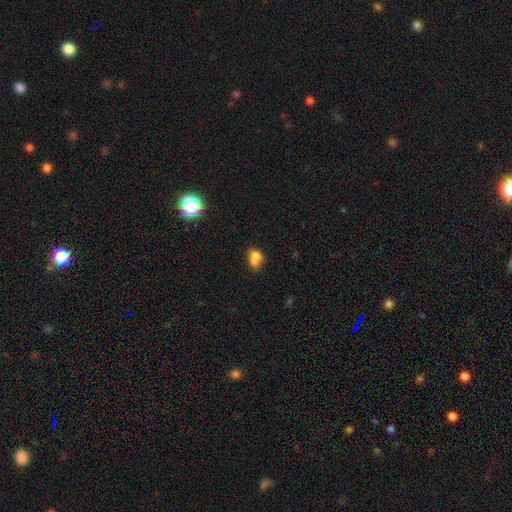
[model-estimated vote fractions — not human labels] Q: Smooth or featured?
A: smooth (68%); runner-up: featured or disk (20%)
Q: How rounded?
A: round (50%); runner-up: in between (49%)
Q: Merging?
A: merger (64%); runner-up: none (24%)